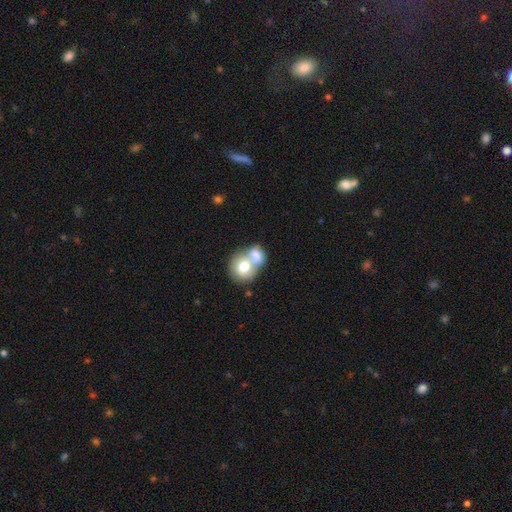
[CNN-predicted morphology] A smooth galaxy with no disk features (70%) that is round (63%). Merging: merger (70%).